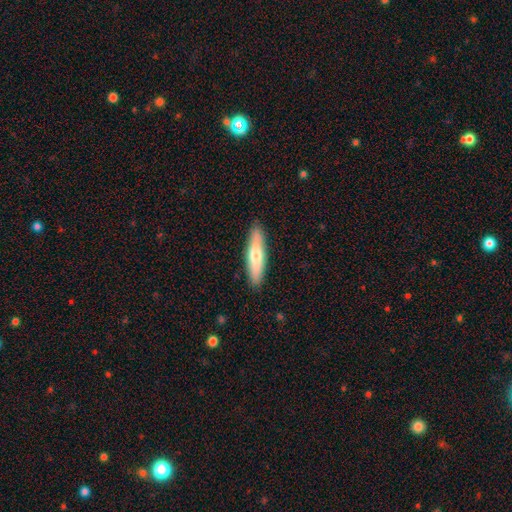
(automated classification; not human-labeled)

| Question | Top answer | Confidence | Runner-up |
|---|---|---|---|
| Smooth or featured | smooth | 64% | featured or disk (30%) |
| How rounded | cigar-shaped | 76% | in between (22%) |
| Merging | none | 89% | minor disturbance (8%) |